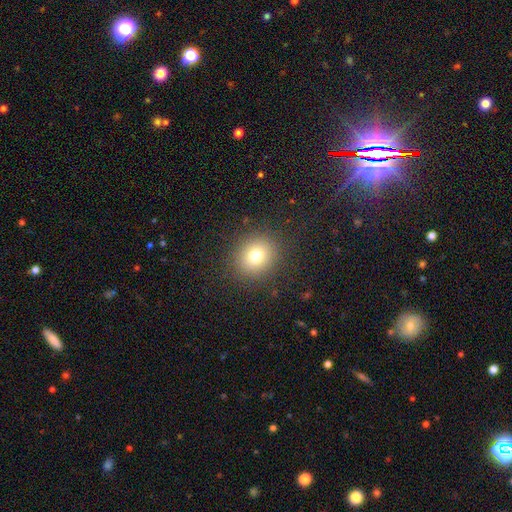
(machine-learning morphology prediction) A smooth galaxy with no disk features (76%) that is round (82%). Merging: none (88%).